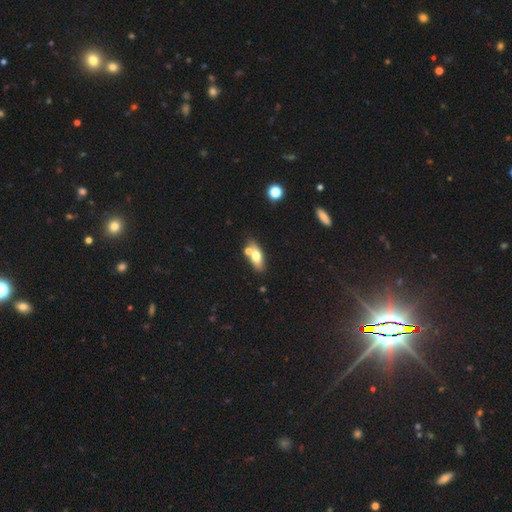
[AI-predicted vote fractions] smooth_or_featured: smooth (p=0.65) [alt: featured or disk p=0.26]
how_rounded: in between (p=0.78) [alt: cigar-shaped p=0.17]
merging: none (p=0.62) [alt: merger p=0.22]